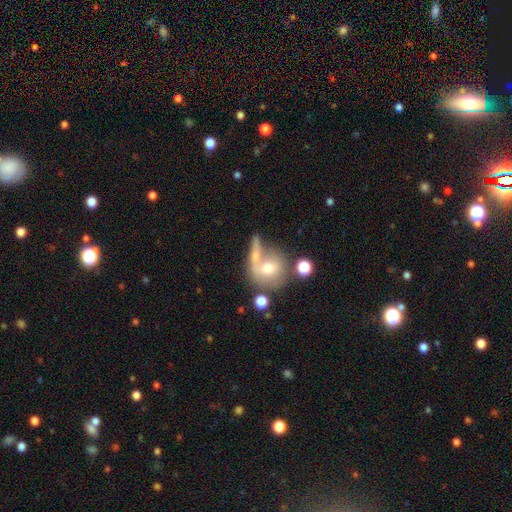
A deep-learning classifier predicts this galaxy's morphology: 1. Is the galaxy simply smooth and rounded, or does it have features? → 60% smooth, 30% featured or disk, 11% star or artifact.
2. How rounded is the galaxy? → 67% round, 24% in between, 9% cigar-shaped.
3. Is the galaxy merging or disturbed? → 39% none, 37% merger, 13% minor disturbance, 11% major disturbance.